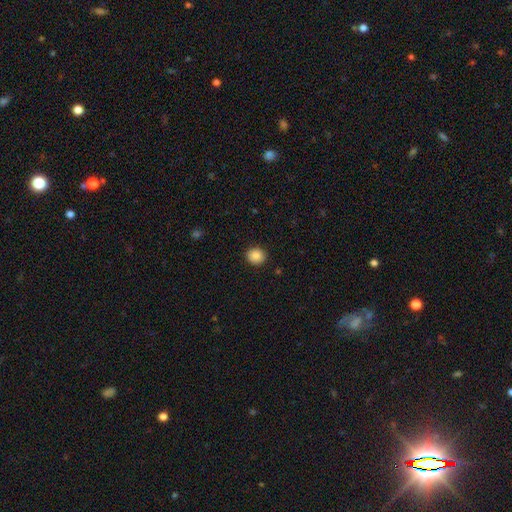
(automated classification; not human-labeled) Q: Smooth or featured?
A: smooth (86%); runner-up: star or artifact (9%)
Q: How rounded?
A: round (82%); runner-up: in between (17%)
Q: Merging?
A: none (91%); runner-up: minor disturbance (6%)